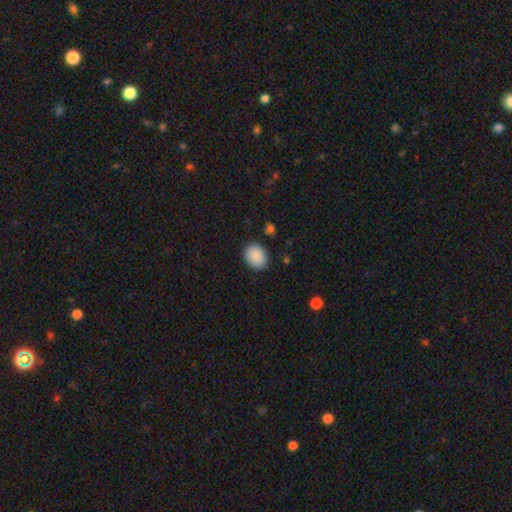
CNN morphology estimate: This is clearly a smooth galaxy (89%). How rounded: possibly in between (54%). Merging: clearly none (86%).